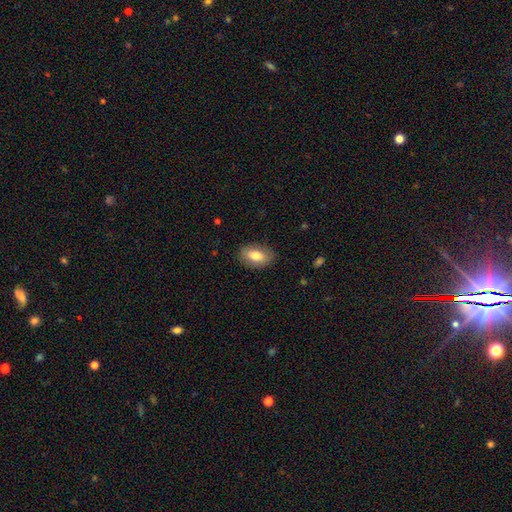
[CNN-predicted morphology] This is likely a smooth galaxy (78%). How rounded: clearly in between (89%). Merging: clearly none (84%).